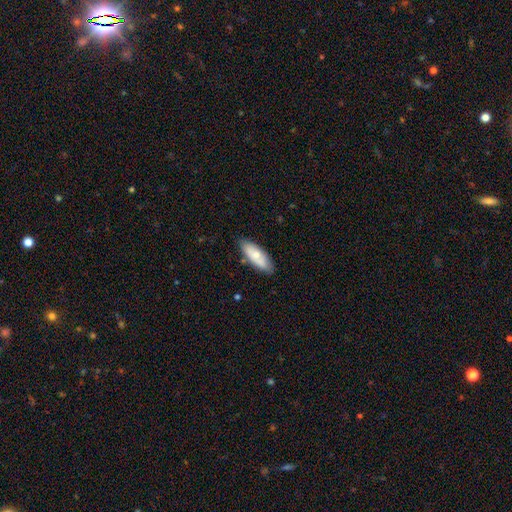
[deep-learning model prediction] A smooth galaxy with no disk features (69%) that is in between round and cigar-shaped (69%). Merging: none (78%).